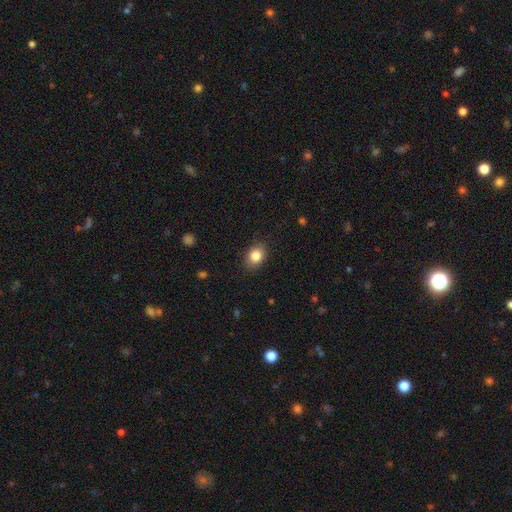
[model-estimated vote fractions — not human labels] The model was most divided on "how rounded": in between: 66%, round: 33%, cigar-shaped: 1%. More confident: merging — none (85%); smooth or featured — smooth (85%).